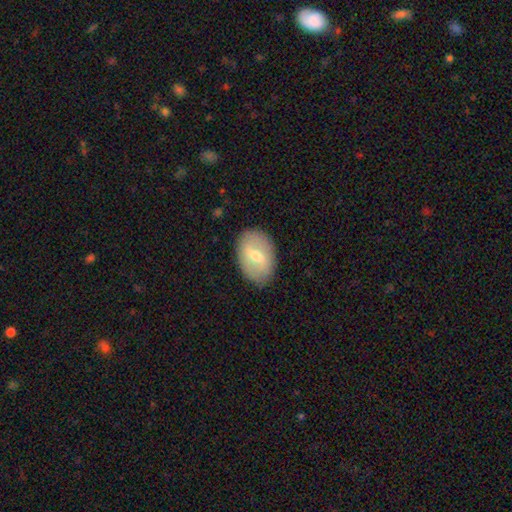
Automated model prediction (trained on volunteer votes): This is possibly a smooth galaxy (52%). How rounded: clearly in between (81%). Merging: clearly none (84%).